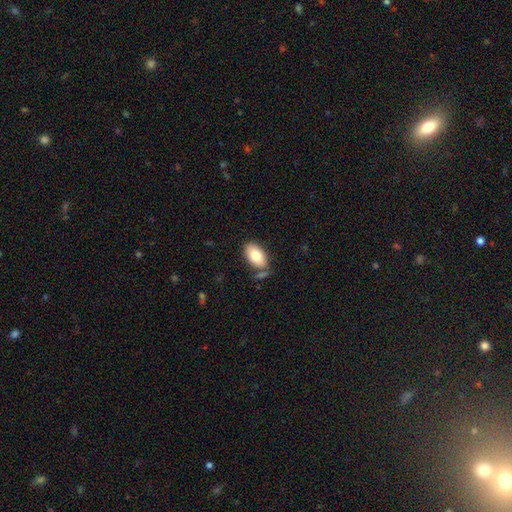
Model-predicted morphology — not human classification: This is clearly a smooth galaxy (81%). How rounded: clearly in between (94%). Merging: likely none (71%).